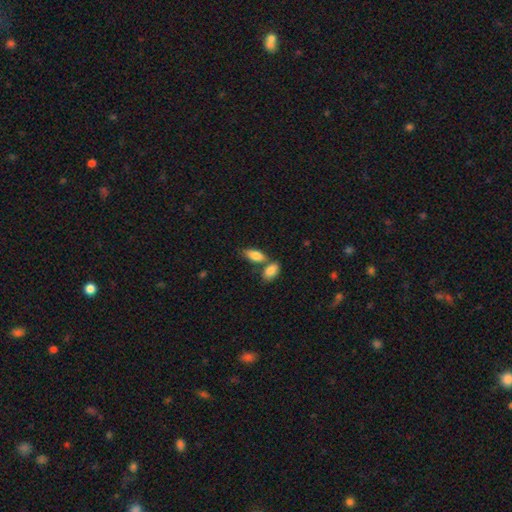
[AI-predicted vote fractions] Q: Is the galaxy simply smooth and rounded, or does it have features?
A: smooth — 83%.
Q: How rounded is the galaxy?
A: in between — 86%.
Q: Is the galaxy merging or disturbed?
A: none — 48%.